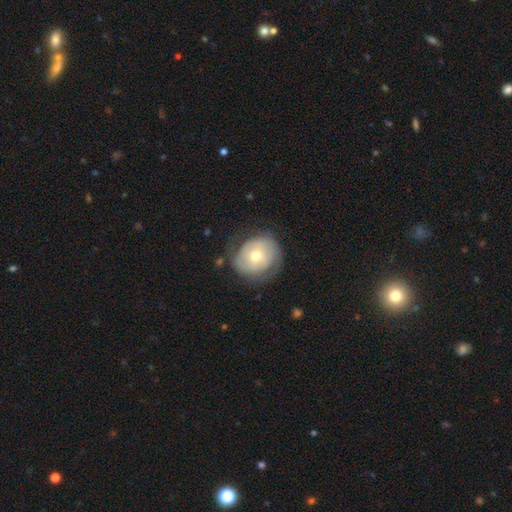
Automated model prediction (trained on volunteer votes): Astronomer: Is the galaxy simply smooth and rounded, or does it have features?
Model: featured or disk — 54% (runner-up: smooth, 40%).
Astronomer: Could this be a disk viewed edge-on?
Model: no — 96%.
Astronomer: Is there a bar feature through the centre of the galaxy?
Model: no — 73%.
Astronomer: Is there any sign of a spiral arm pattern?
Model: yes — 65%.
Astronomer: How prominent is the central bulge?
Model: moderate — 68%.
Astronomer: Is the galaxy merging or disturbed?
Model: none — 64%.